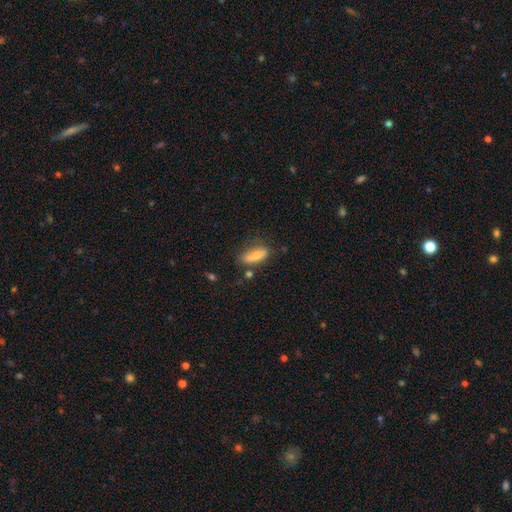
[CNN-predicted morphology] Q: Smooth or featured?
A: smooth (71%); runner-up: featured or disk (22%)
Q: How rounded?
A: in between (55%); runner-up: cigar-shaped (42%)
Q: Merging?
A: none (66%); runner-up: minor disturbance (20%)